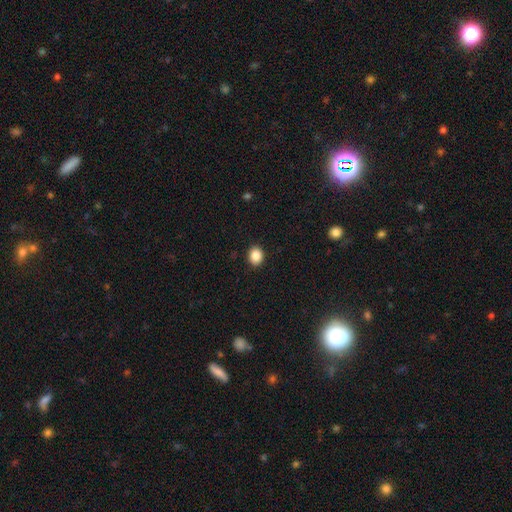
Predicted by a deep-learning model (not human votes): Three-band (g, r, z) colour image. It shows a smooth galaxy with no disk features (88%) that is round (57%). Merging: none (91%).